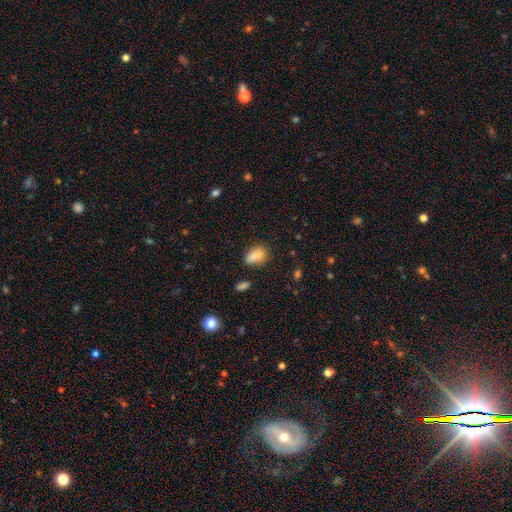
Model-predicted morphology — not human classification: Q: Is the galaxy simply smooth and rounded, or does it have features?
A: smooth — 82%.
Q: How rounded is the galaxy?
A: in between — 79%.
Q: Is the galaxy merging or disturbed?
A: none — 56%.